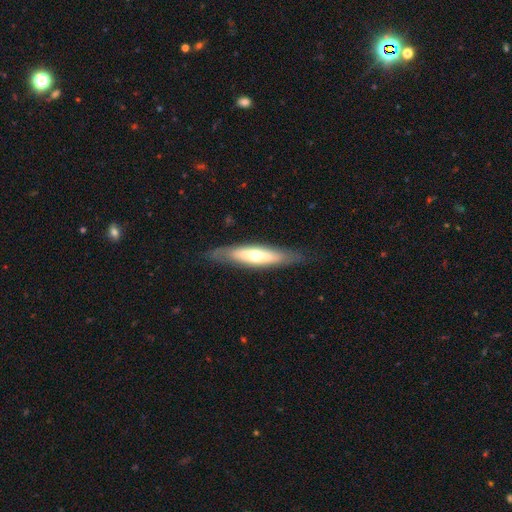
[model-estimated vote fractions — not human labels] Smooth or featured? Predicted: featured or disk (p=0.52). Edge-on disk? Predicted: yes (p=0.61). Merging? Predicted: none (p=0.81).